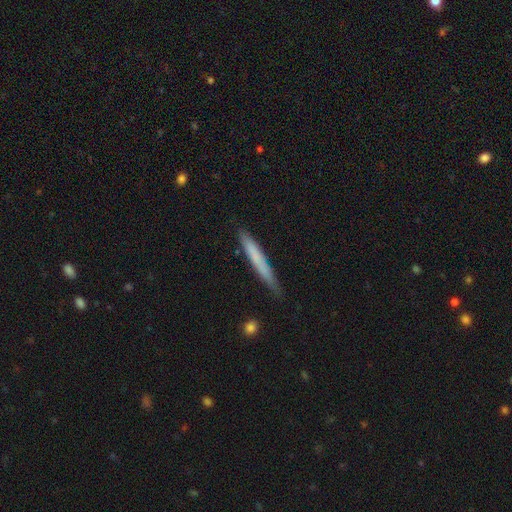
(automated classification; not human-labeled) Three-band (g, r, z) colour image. It shows a smooth galaxy with no disk features (61%) that is cigar-shaped (96%). Merging: none (85%).